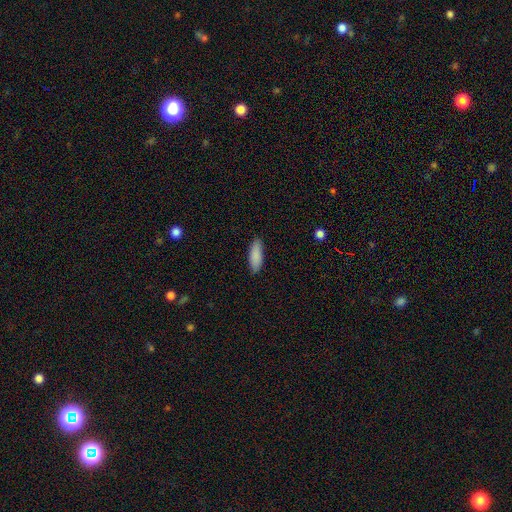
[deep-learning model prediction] Smooth or featured: smooth — 88% (featured or disk — 6%)
How rounded: in between — 65% (cigar-shaped — 34%)
Merging: none — 86% (minor disturbance — 11%)